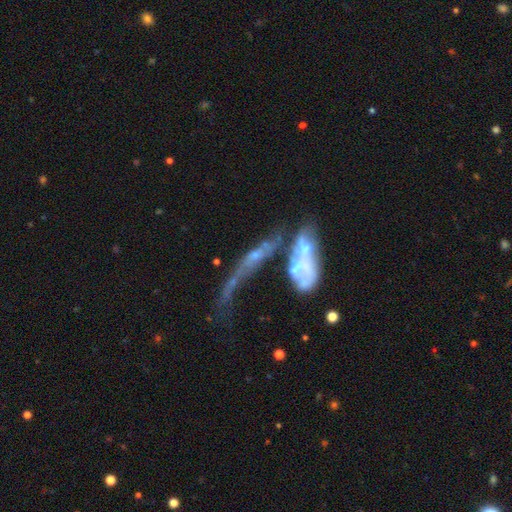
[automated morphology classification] smooth-or-featured: featured or disk: 63% | smooth: 25% | star or artifact: 13%
  disk-edge-on: no: 78% | yes: 22%
  merging: merger: 53% | major disturbance: 28% | none: 10% | minor disturbance: 8%